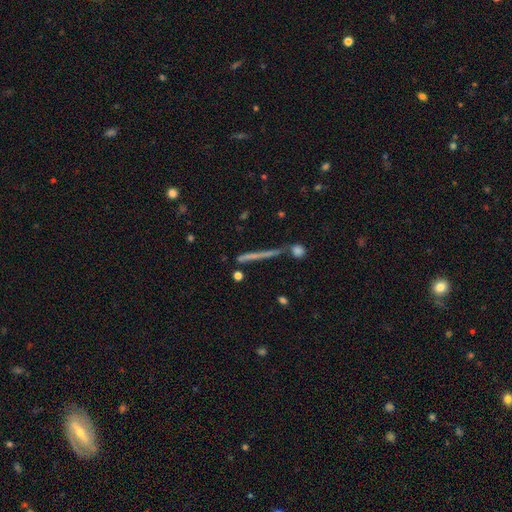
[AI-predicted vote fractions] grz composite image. It shows a featured or disk galaxy (50%). Merging: none (75%).